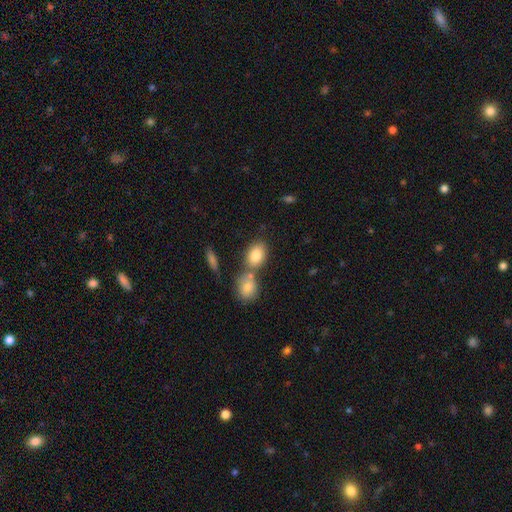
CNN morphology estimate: This appears to be a smooth galaxy with no disk features (82%) that is in between round and cigar-shaped (80%). Merging: none (51%).